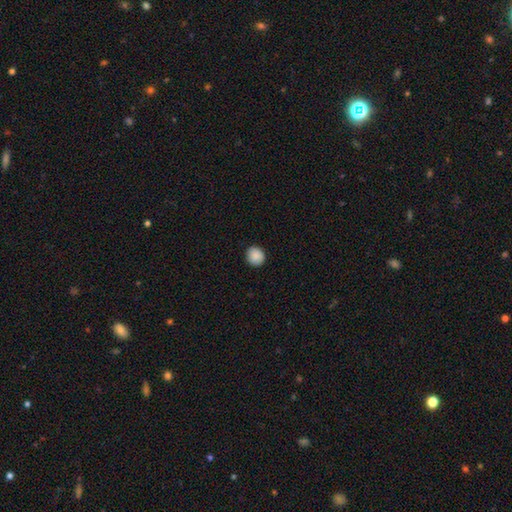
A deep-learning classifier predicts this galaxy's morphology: Smooth or featured? smooth (89%)
How rounded? round (87%)
Merging? none (90%)